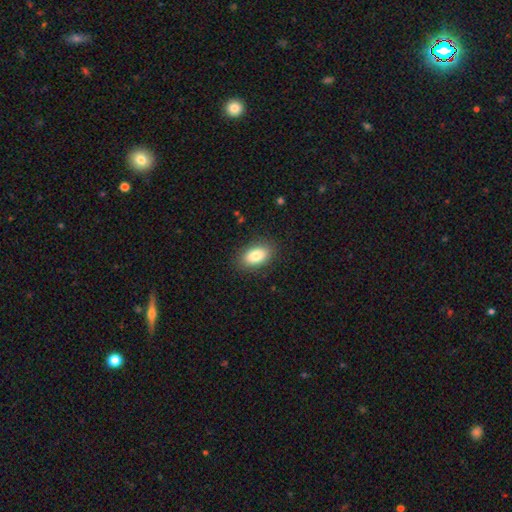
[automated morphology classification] This appears to be a smooth galaxy with no disk features (84%) that is in between round and cigar-shaped (92%). Merging: none (87%).